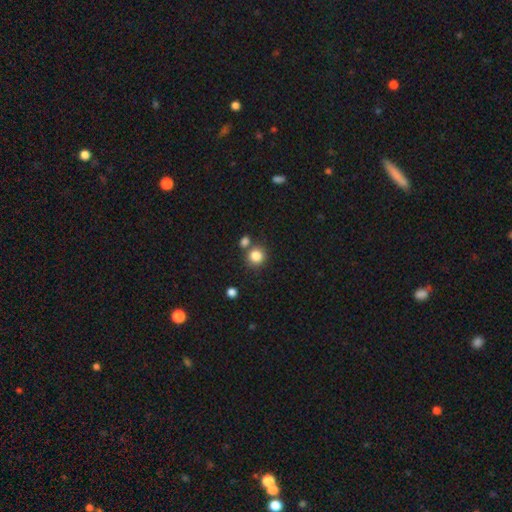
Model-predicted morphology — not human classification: Q: Smooth or featured?
A: smooth (84%); runner-up: star or artifact (11%)
Q: How rounded?
A: round (89%); runner-up: in between (10%)
Q: Merging?
A: none (72%); runner-up: merger (16%)